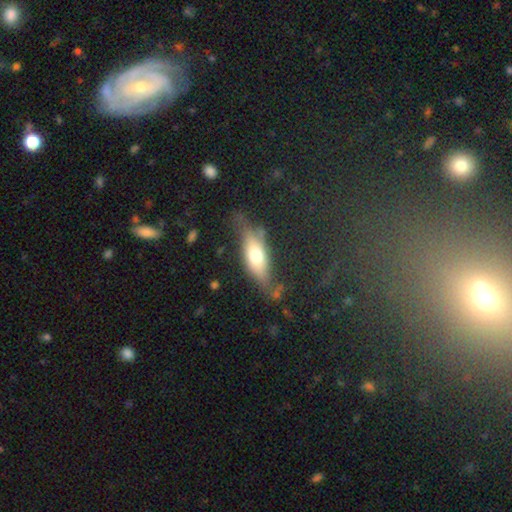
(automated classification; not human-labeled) The model was most divided on "smooth or featured": smooth: 55%, featured or disk: 38%, star or artifact: 7%. More confident: how rounded — in between (61%); merging — none (57%).